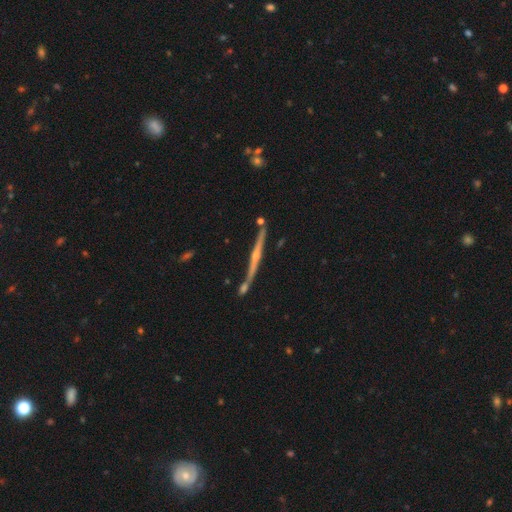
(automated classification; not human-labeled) This appears to be a featured or disk galaxy (81%) viewed edge-on (98%) with a rounded central bulge (74%). Merging: none (80%).